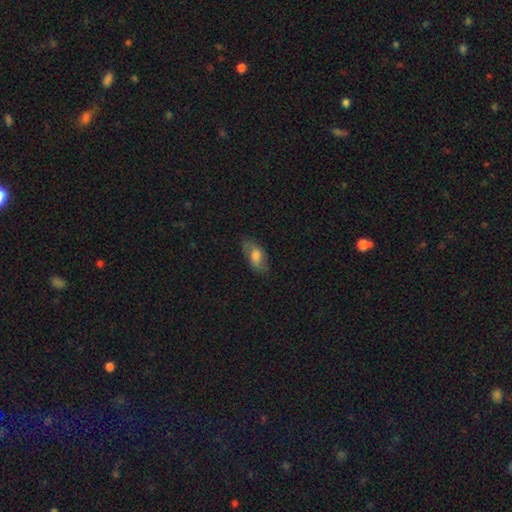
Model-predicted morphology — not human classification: Smooth or featured?
  - smooth: 68% *
  - featured or disk: 24%
  - star or artifact: 8%
How rounded?
  - in between: 89% *
  - cigar-shaped: 7%
  - round: 4%
Merging?
  - none: 73% *
  - minor disturbance: 20%
  - major disturbance: 6%
  - merger: 1%